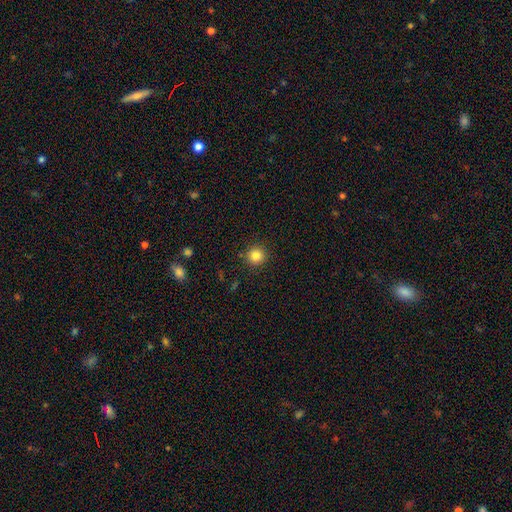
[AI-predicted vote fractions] The model was most divided on "smooth or featured": smooth: 84%, star or artifact: 11%, featured or disk: 5%. More confident: how rounded — round (94%); merging — none (90%).